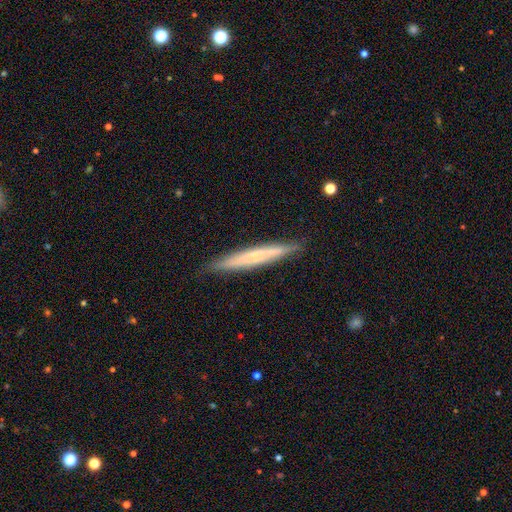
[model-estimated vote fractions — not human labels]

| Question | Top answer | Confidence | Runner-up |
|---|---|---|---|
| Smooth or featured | smooth | 53% | featured or disk (41%) |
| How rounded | cigar-shaped | 96% | in between (3%) |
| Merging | none | 90% | minor disturbance (8%) |